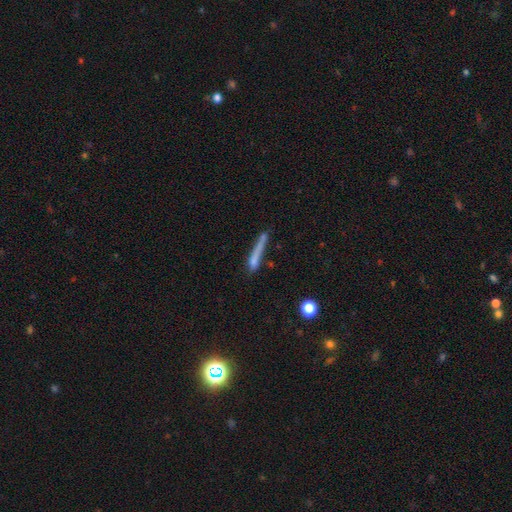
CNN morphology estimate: This appears to be a smooth galaxy with no disk features (59%) that is cigar-shaped (92%). Merging: none (54%).